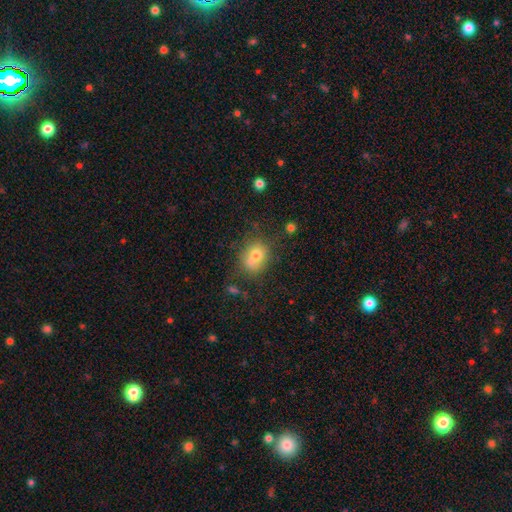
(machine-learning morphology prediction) Smooth or featured: smooth — 70% (featured or disk — 18%)
How rounded: round — 61% (in between — 38%)
Merging: none — 46% (merger — 32%)